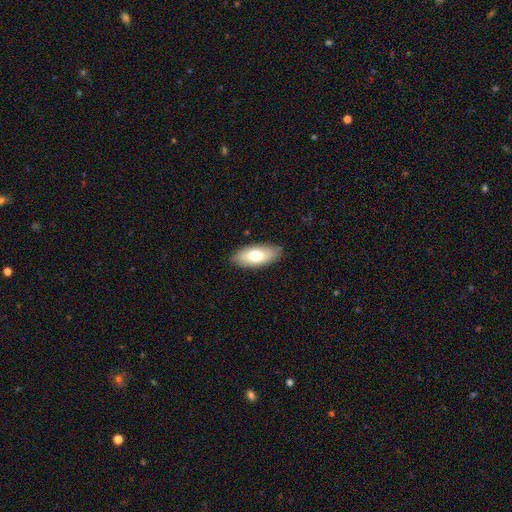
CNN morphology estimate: Smooth or featured? smooth (74%)
How rounded? in between (86%)
Merging? none (87%)